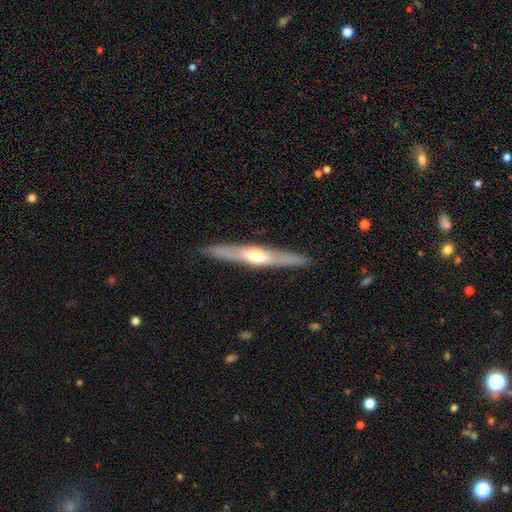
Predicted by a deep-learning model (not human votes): A featured or disk galaxy (64%) viewed edge-on (92%) with a rounded central bulge (85%). Merging: none (89%).